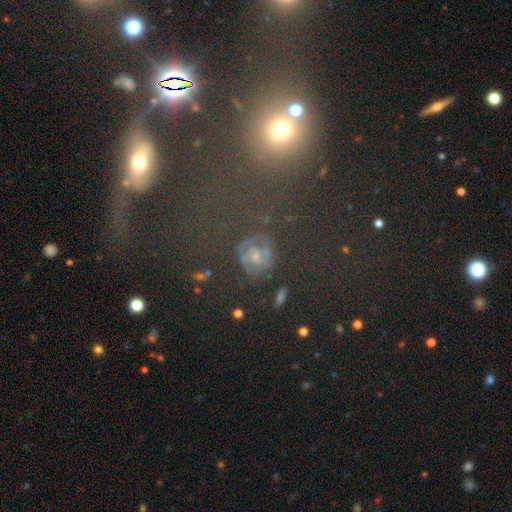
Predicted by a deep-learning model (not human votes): Morphology: type=featured or disk (38%); merging=none (69%).